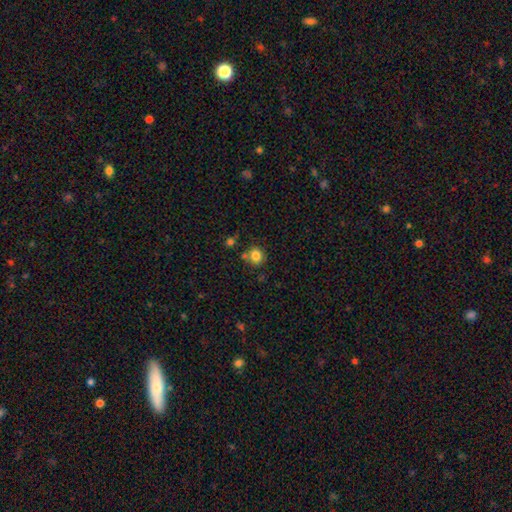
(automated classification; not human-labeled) Smooth or featured?
  - smooth: 83% *
  - star or artifact: 11%
  - featured or disk: 6%
How rounded?
  - round: 83% *
  - in between: 16%
  - cigar-shaped: 1%
Merging?
  - none: 73% *
  - merger: 12%
  - minor disturbance: 11%
  - major disturbance: 3%